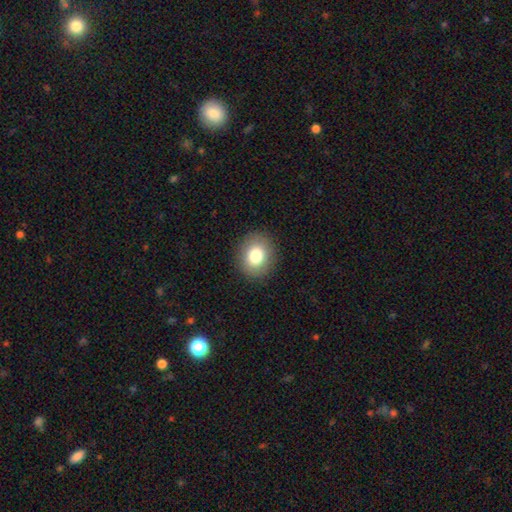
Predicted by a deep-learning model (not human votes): This is likely a smooth galaxy (80%). How rounded: likely round (65%). Merging: clearly none (90%).